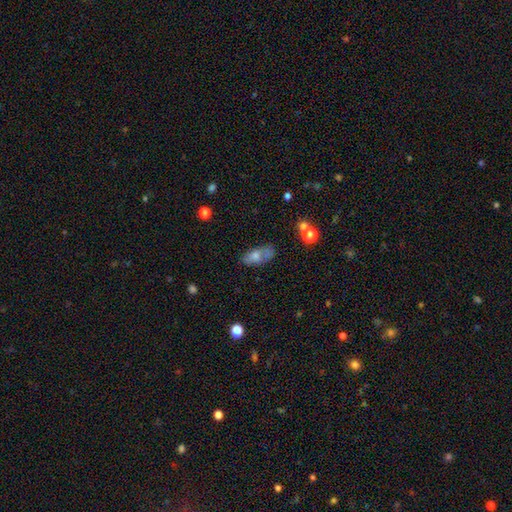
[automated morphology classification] Overall: smooth (56%; featured or disk 31%). How rounded: in between (80%). Merging: none (56%; minor disturbance 22%).